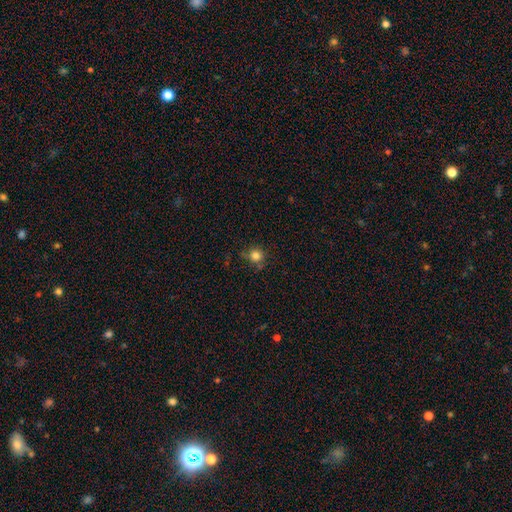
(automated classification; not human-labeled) Smooth or featured? Predicted: smooth (p=0.80). How rounded? Predicted: round (p=0.90). Merging? Predicted: none (p=0.76).